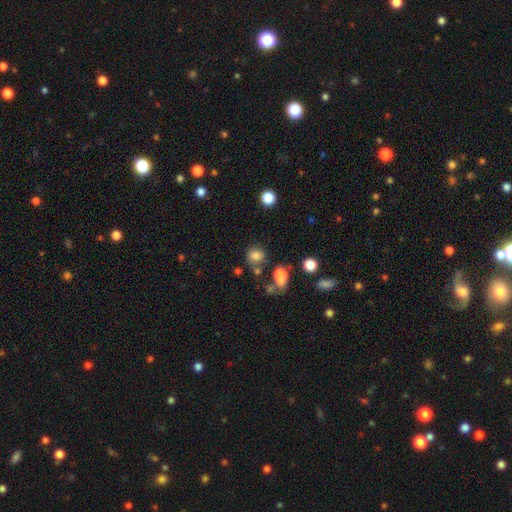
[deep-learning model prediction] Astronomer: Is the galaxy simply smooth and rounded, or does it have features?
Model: smooth — 80%.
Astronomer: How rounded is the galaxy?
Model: round — 68%.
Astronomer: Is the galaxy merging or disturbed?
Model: none — 69%.